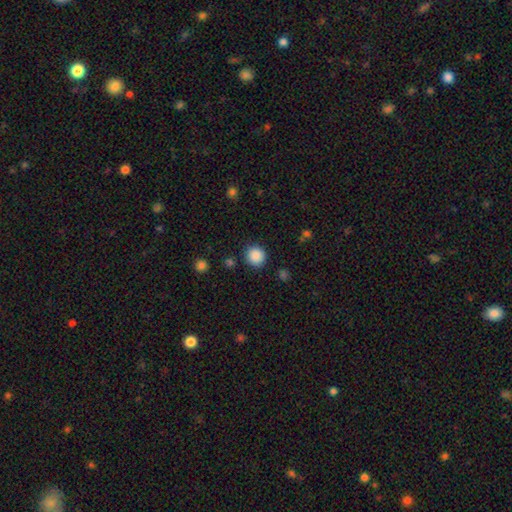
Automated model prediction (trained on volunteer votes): Smooth or featured?
  - smooth: 88% *
  - star or artifact: 10%
  - featured or disk: 3%
How rounded?
  - round: 91% *
  - in between: 8%
  - cigar-shaped: 1%
Merging?
  - none: 88% *
  - minor disturbance: 7%
  - major disturbance: 3%
  - merger: 2%